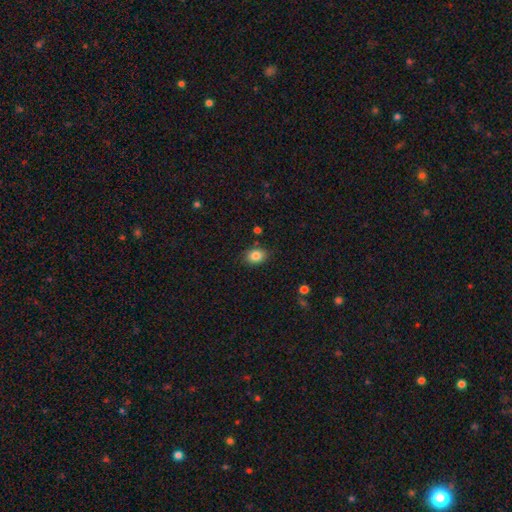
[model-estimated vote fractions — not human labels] This is clearly a smooth galaxy (84%). How rounded: possibly in between (59%). Merging: clearly none (83%).